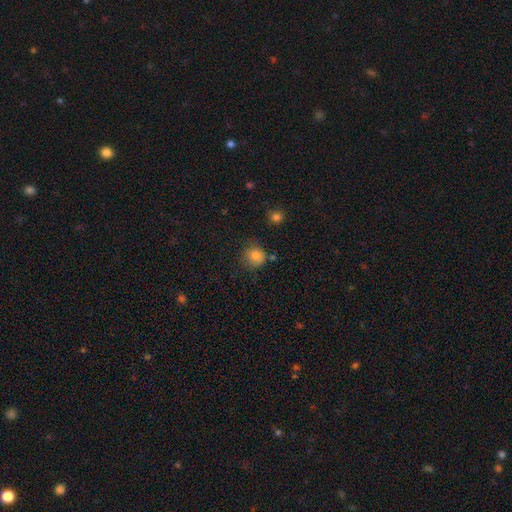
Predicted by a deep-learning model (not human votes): A smooth galaxy with no disk features (82%) that is round (85%).

Vote fractions:
- Smooth or featured? smooth: 82% / star or artifact: 11% / featured or disk: 7%
- How rounded? round: 85% / in between: 14% / cigar-shaped: 1%
- Merging? none: 67% / minor disturbance: 21% / major disturbance: 6% / merger: 5%